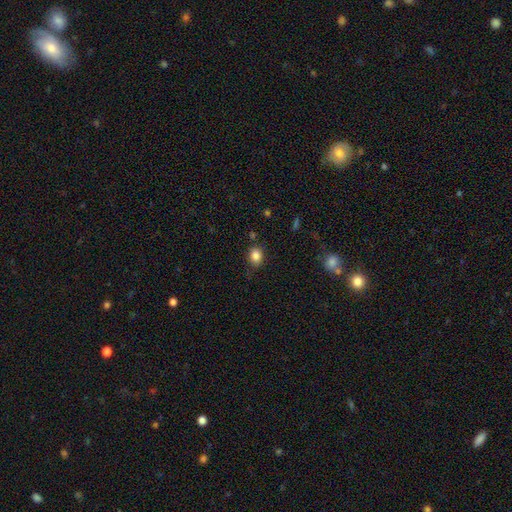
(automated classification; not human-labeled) Overall: smooth (84%). How rounded: round (57%; in between 42%). Merging: none (81%).